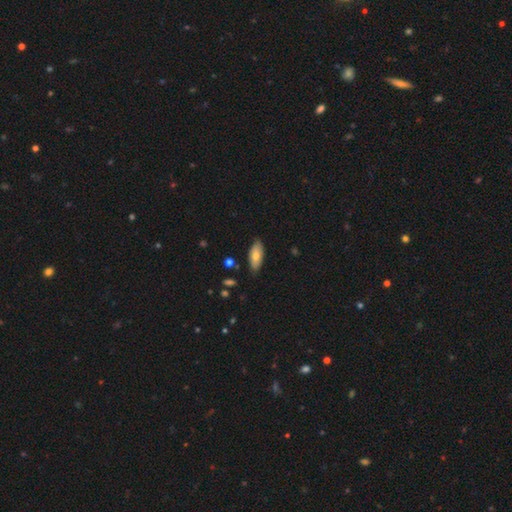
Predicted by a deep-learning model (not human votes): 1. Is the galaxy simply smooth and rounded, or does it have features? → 70% smooth, 24% featured or disk, 7% star or artifact.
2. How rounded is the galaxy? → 84% in between, 13% cigar-shaped, 2% round.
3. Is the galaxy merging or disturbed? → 83% none, 14% minor disturbance, 2% major disturbance, 2% merger.